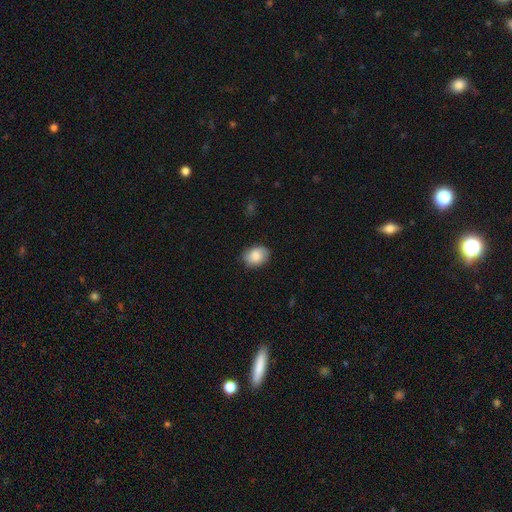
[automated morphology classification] Smooth or featured?
  - smooth: 80% *
  - featured or disk: 13%
  - star or artifact: 7%
How rounded?
  - in between: 70% *
  - round: 29%
  - cigar-shaped: 1%
Merging?
  - none: 82% *
  - minor disturbance: 14%
  - major disturbance: 3%
  - merger: 1%